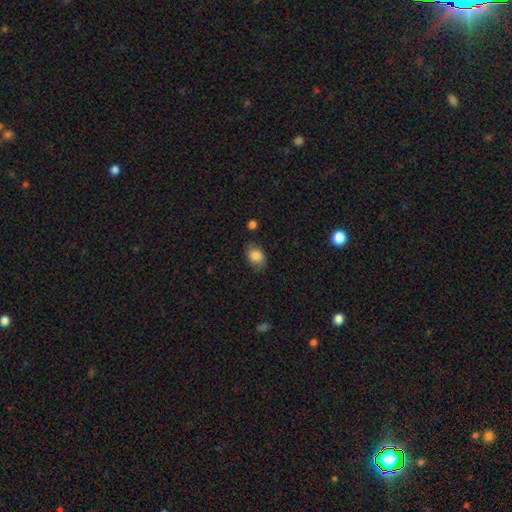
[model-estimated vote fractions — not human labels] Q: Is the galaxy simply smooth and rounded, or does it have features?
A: smooth — 83%.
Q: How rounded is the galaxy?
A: in between — 67%.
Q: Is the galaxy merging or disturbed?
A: none — 74%.